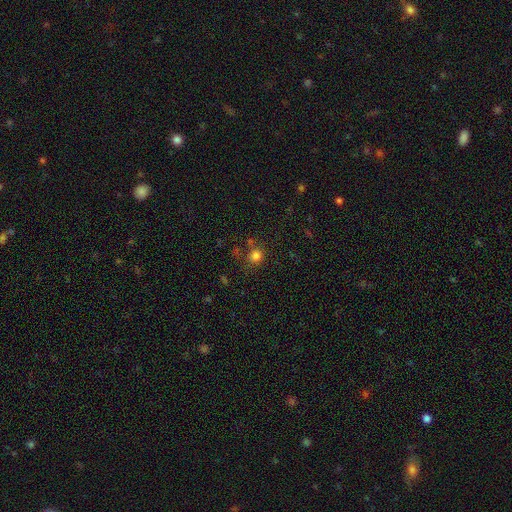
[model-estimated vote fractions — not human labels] Smooth or featured: smooth — 80% (star or artifact — 15%)
How rounded: round — 88% (in between — 11%)
Merging: none — 72% (minor disturbance — 13%)